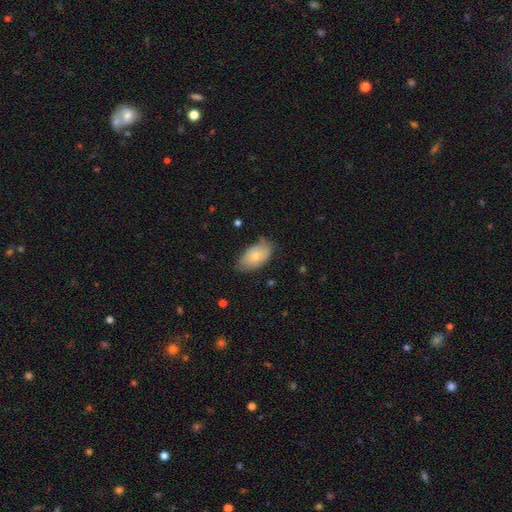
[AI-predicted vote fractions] A smooth galaxy with no disk features (71%) that is in between round and cigar-shaped (93%).

Vote fractions:
- Smooth or featured? smooth: 71% / featured or disk: 22% / star or artifact: 6%
- How rounded? in between: 93% / round: 5% / cigar-shaped: 2%
- Merging? none: 69% / minor disturbance: 26% / major disturbance: 4% / merger: 2%